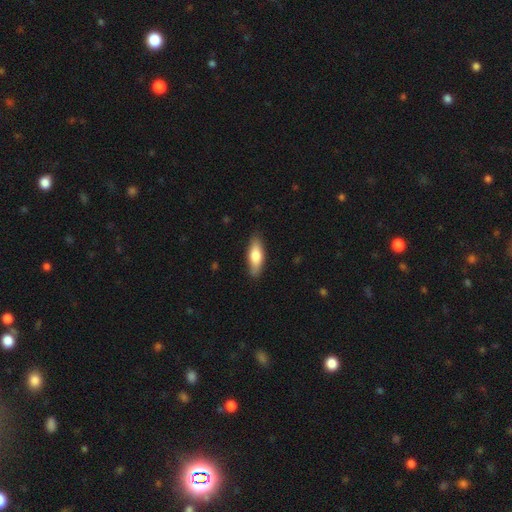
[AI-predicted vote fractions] Morphology: type=smooth (74%); roundness=in between (60%); merging=none (85%).